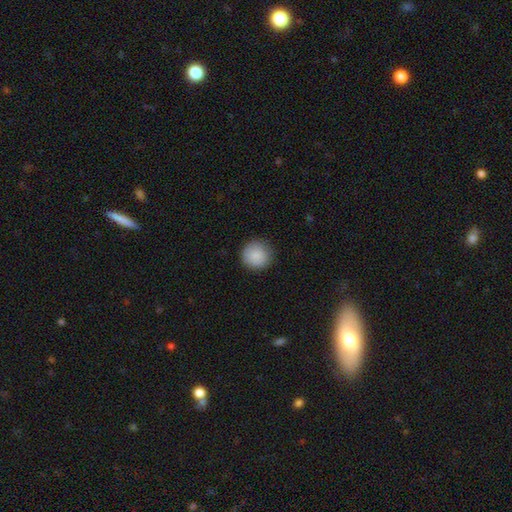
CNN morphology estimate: A smooth galaxy with no disk features (88%) that is round (94%).

Vote fractions:
- Smooth or featured? smooth: 88% / star or artifact: 7% / featured or disk: 4%
- How rounded? round: 94% / in between: 5% / cigar-shaped: 1%
- Merging? none: 89% / minor disturbance: 8% / major disturbance: 2% / merger: 1%